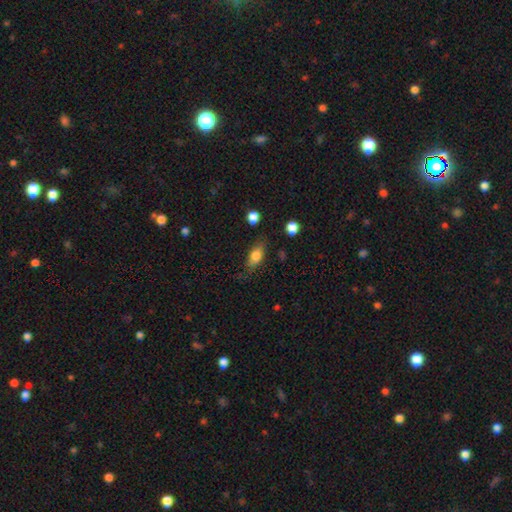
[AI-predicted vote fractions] smooth 78%, featured or disk 13%, star or artifact 8%. Down the decision tree: how rounded — in between (81%); merging — none (73%).